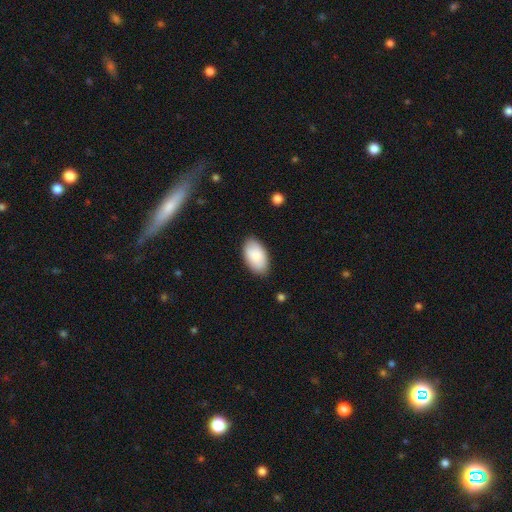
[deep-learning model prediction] This is clearly a smooth galaxy (88%). How rounded: clearly in between (96%). Merging: clearly none (85%).